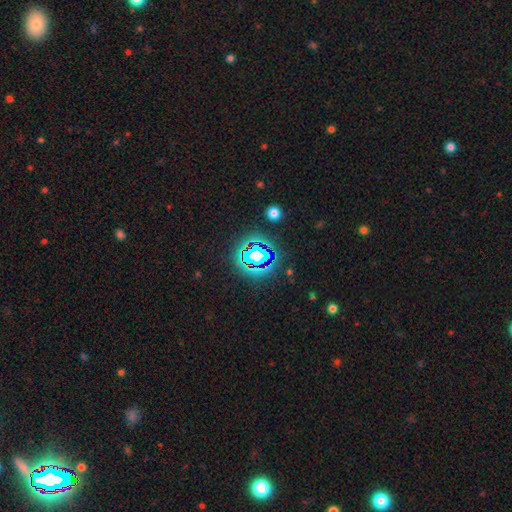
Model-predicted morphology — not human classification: Smooth or featured? Predicted: star or artifact (p=0.71).